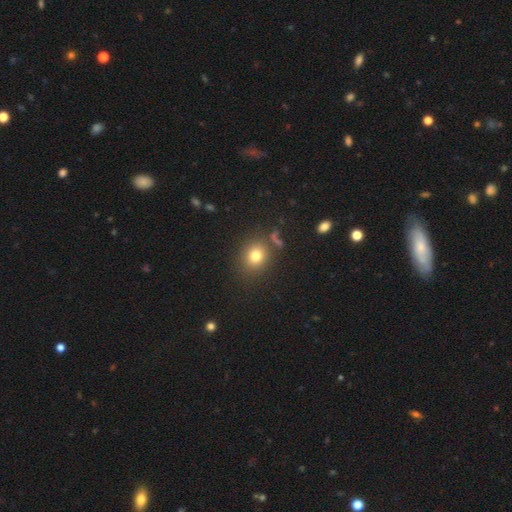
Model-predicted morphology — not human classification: type=smooth (77%); roundness=round (73%); merging=none (82%).